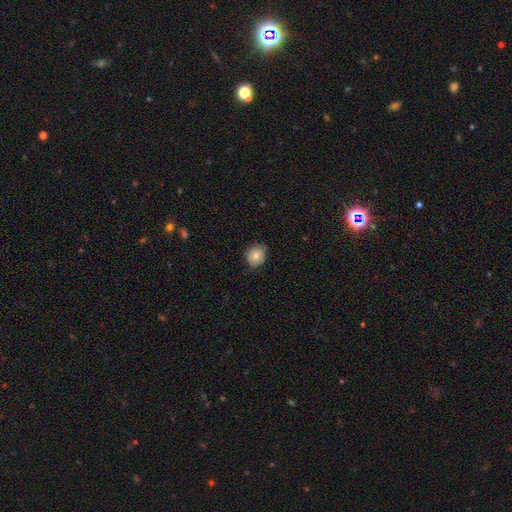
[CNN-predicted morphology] Q: Smooth or featured?
A: smooth (77%); runner-up: featured or disk (14%)
Q: How rounded?
A: round (81%); runner-up: in between (18%)
Q: Merging?
A: none (76%); runner-up: minor disturbance (20%)